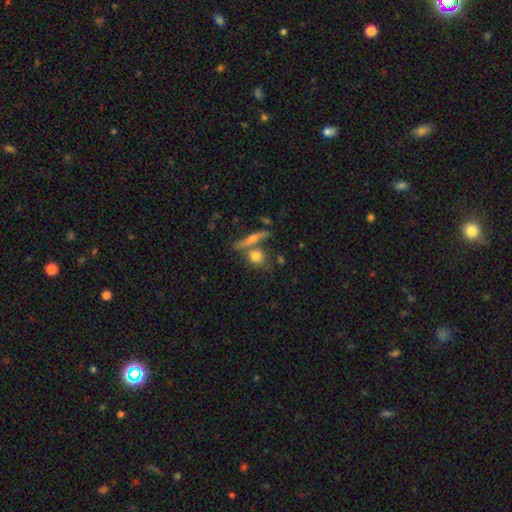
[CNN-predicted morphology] Smooth or featured? smooth (70%)
How rounded? round (68%)
Merging? none (57%)